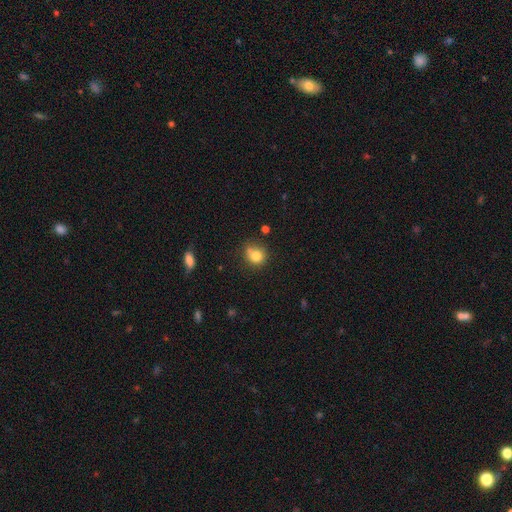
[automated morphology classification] smooth-or-featured: smooth: 80% | star or artifact: 11% | featured or disk: 9%
  how-rounded: round: 77% | in between: 22% | cigar-shaped: 1%
  merging: none: 59% | minor disturbance: 21% | merger: 13% | major disturbance: 6%